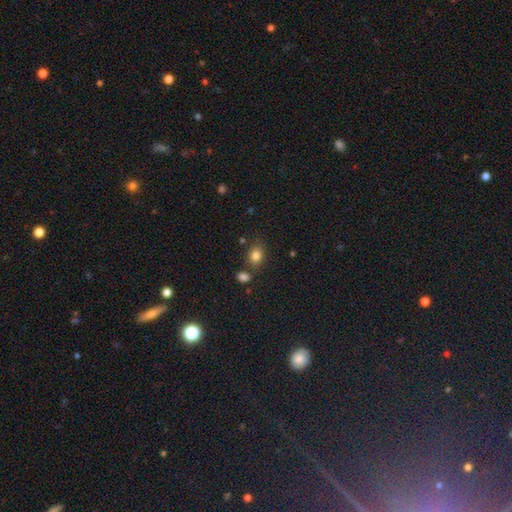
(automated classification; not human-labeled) Smooth or featured: smooth — 82% (star or artifact — 11%)
How rounded: in between — 58% (round — 41%)
Merging: none — 73% (minor disturbance — 13%)